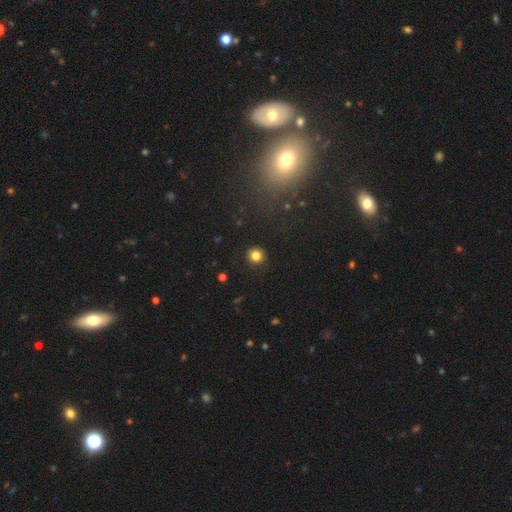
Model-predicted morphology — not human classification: type=smooth (82%); roundness=round (92%); merging=none (91%).